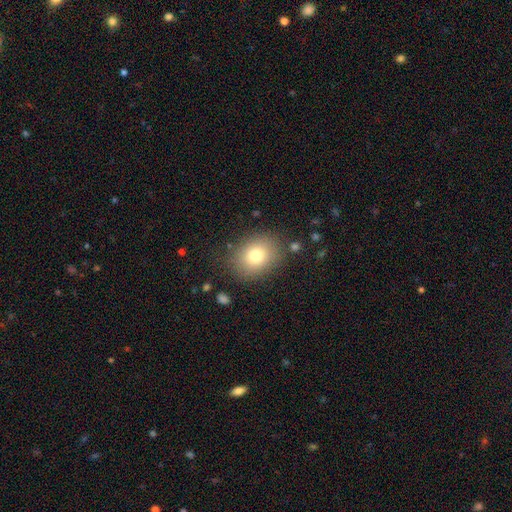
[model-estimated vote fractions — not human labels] Overall: smooth (77%). How rounded: in between (50%; round 49%). Merging: none (83%).